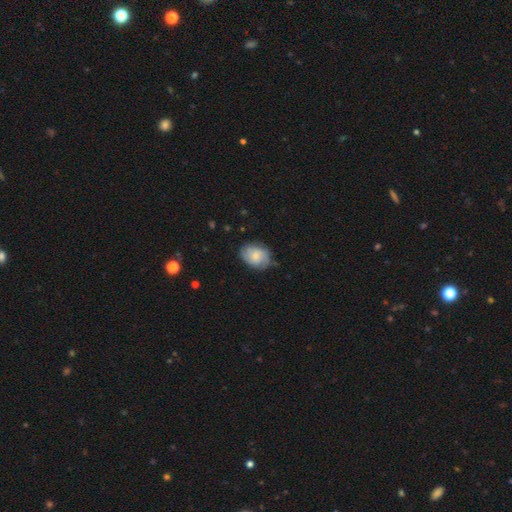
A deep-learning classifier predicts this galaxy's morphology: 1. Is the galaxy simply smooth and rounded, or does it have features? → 52% smooth, 41% featured or disk, 7% star or artifact.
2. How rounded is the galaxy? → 68% in between, 31% round, 1% cigar-shaped.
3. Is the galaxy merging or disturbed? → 71% none, 23% minor disturbance, 5% major disturbance, 1% merger.